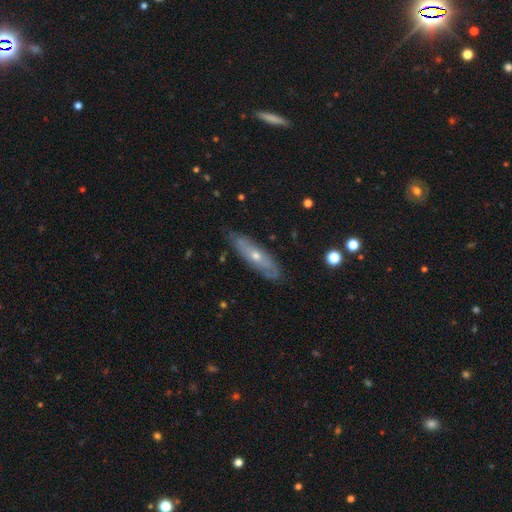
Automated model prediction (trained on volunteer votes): A featured or disk galaxy (62%). Merging: none (79%).